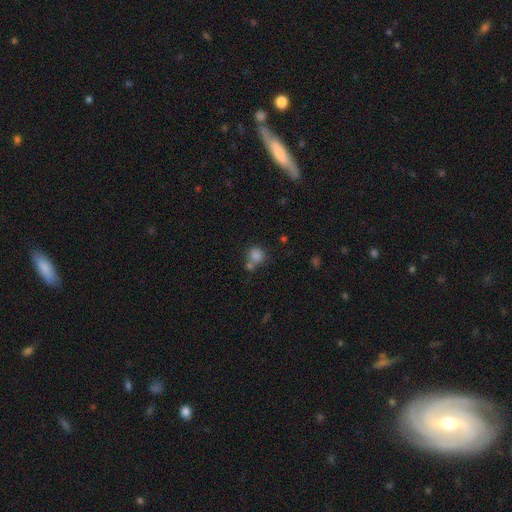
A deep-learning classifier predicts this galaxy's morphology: The model was most divided on "merging": none: 55%, merger: 30%, minor disturbance: 10%, major disturbance: 4%. More confident: how rounded — round (87%); smooth or featured — smooth (82%).